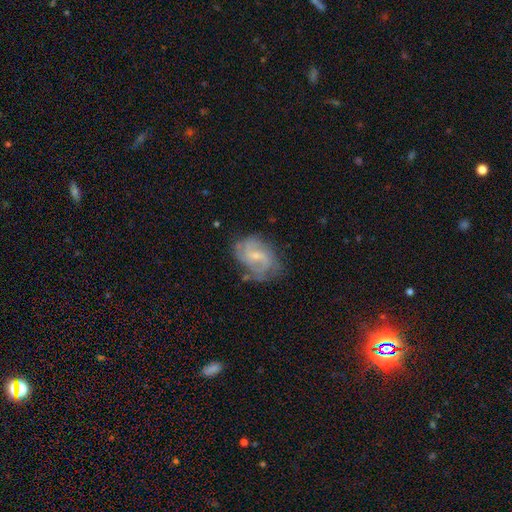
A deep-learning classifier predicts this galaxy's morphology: This appears to be a featured or disk galaxy (78%) with a weak bar (53%), 2 (44%) medium (46%) spiral arms (92%) and a small central bulge (65%). Merging: none (65%).